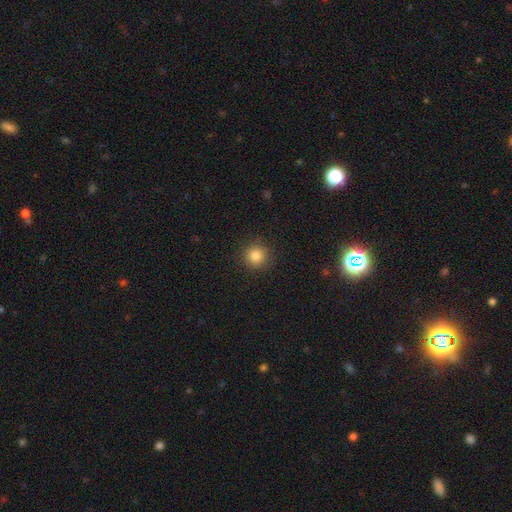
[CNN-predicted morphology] A smooth galaxy with no disk features (83%) that is round (93%).

Vote fractions:
- Smooth or featured? smooth: 83% / star or artifact: 12% / featured or disk: 5%
- How rounded? round: 93% / in between: 6% / cigar-shaped: 1%
- Merging? none: 90% / minor disturbance: 7% / major disturbance: 2% / merger: 1%